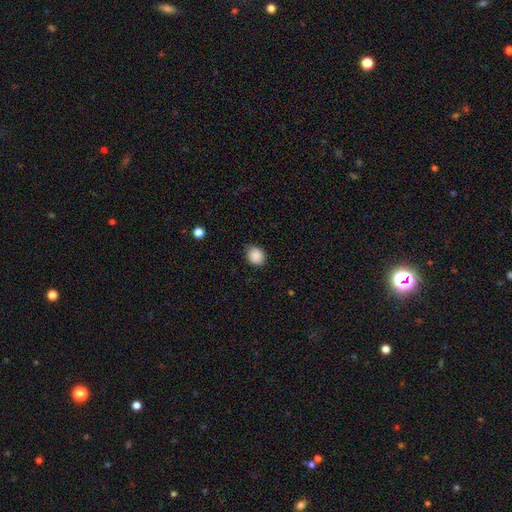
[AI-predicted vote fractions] This is clearly a smooth galaxy (89%). How rounded: likely round (64%). Merging: clearly none (82%).